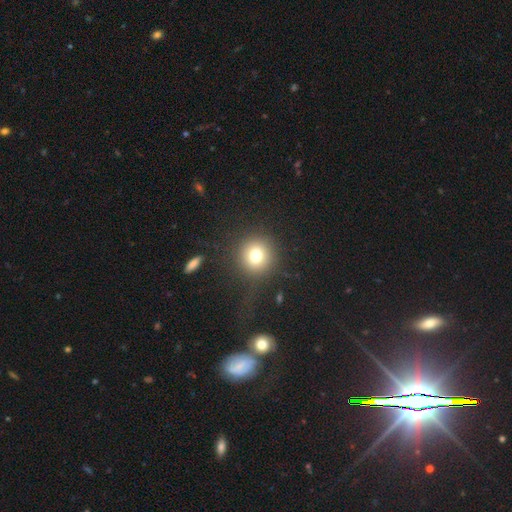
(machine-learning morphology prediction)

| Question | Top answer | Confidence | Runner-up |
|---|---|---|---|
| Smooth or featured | smooth | 76% | star or artifact (13%) |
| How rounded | round | 93% | in between (6%) |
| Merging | none | 85% | minor disturbance (7%) |